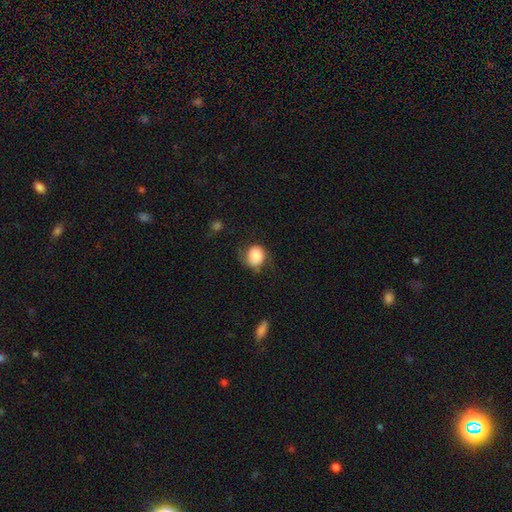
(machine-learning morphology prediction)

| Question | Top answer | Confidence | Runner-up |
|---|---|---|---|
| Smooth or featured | smooth | 80% | featured or disk (12%) |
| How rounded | round | 76% | in between (23%) |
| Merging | none | 53% | minor disturbance (29%) |